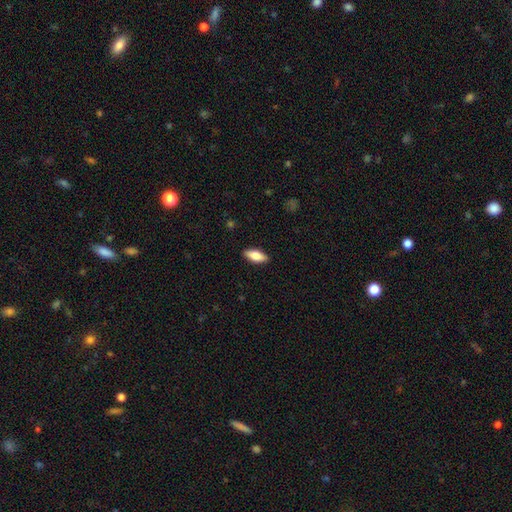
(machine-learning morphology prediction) smooth-or-featured: smooth: 77% | featured or disk: 17% | star or artifact: 6%
  how-rounded: in between: 78% | cigar-shaped: 20% | round: 2%
  merging: none: 89% | minor disturbance: 9% | major disturbance: 2% | merger: 1%